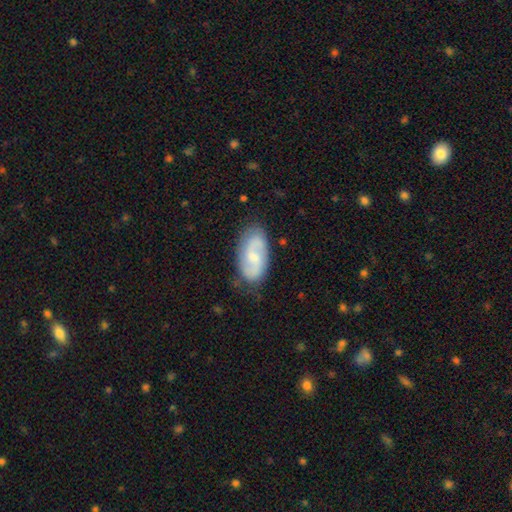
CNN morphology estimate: Smooth or featured: featured or disk — 68% (smooth — 25%)
Edge-on disk: no — 95% (yes — 5%)
Bar: no — 45% (weak — 44%)
Spiral arms: yes — 91% (no — 9%)
Spiral winding: medium — 45% (tight — 31%)
Spiral arm count: 2 — 85% (can't tell — 9%)
Bulge size: small — 52% (moderate — 38%)
Merging: none — 81% (minor disturbance — 14%)